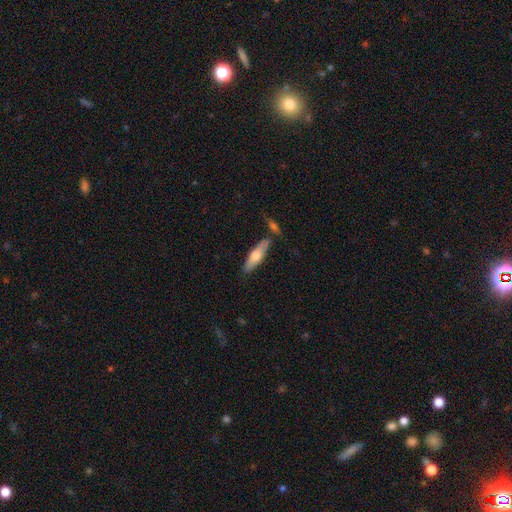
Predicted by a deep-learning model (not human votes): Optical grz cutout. It shows a smooth galaxy with no disk features (54%) that is cigar-shaped (59%). Merging: none (75%).